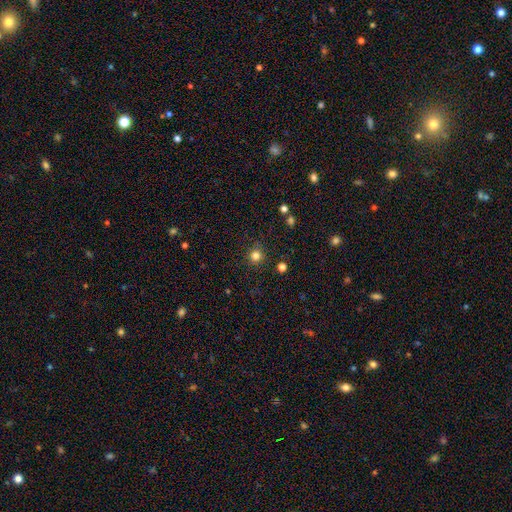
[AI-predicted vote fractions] smooth 80%, star or artifact 15%, featured or disk 5%. Down the decision tree: how rounded — round (93%); merging — none (88%).